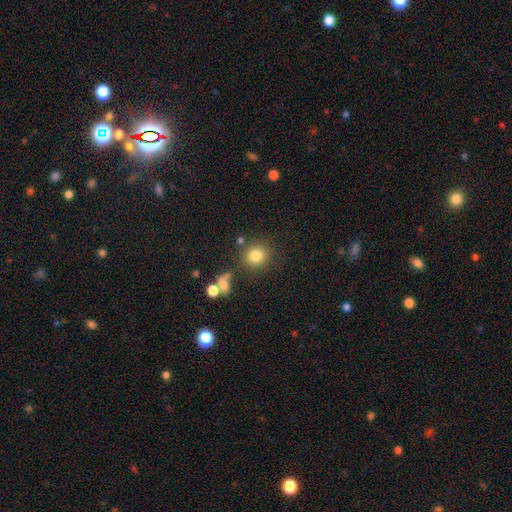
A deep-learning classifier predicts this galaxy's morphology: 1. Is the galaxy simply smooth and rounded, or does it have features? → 80% smooth, 12% star or artifact, 8% featured or disk.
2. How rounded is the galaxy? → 83% round, 16% in between, 1% cigar-shaped.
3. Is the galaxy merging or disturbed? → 77% none, 11% minor disturbance, 7% merger, 5% major disturbance.